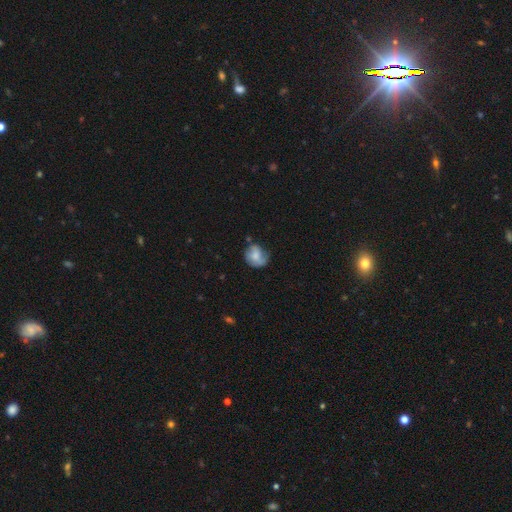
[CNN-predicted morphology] Smooth or featured? smooth (57%)
How rounded? round (65%)
Merging? none (48%)